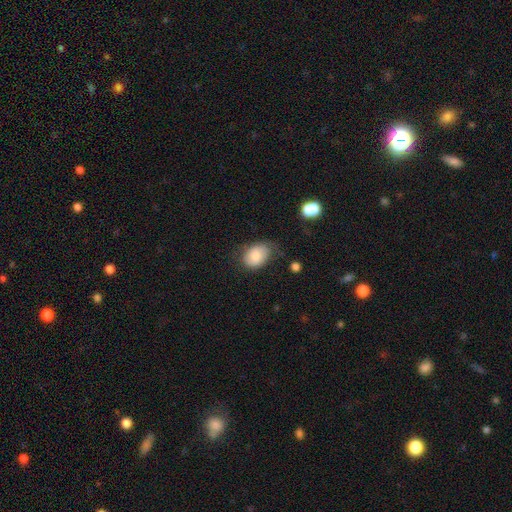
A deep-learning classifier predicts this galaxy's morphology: smooth_or_featured: smooth (p=0.78) [alt: featured or disk p=0.14]
how_rounded: in between (p=0.74) [alt: round p=0.25]
merging: none (p=0.57) [alt: minor disturbance p=0.31]